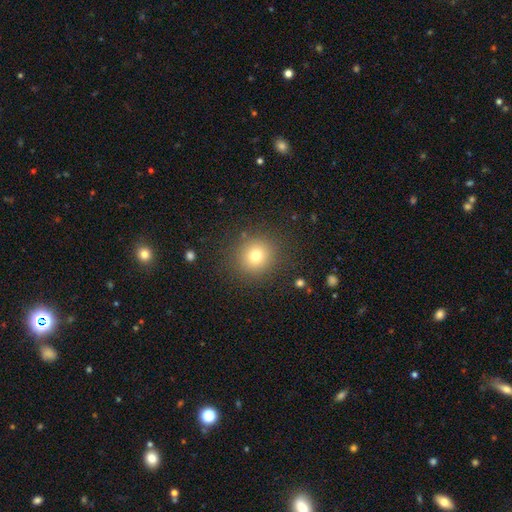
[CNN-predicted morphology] Smooth or featured? smooth (75%)
How rounded? round (91%)
Merging? none (88%)